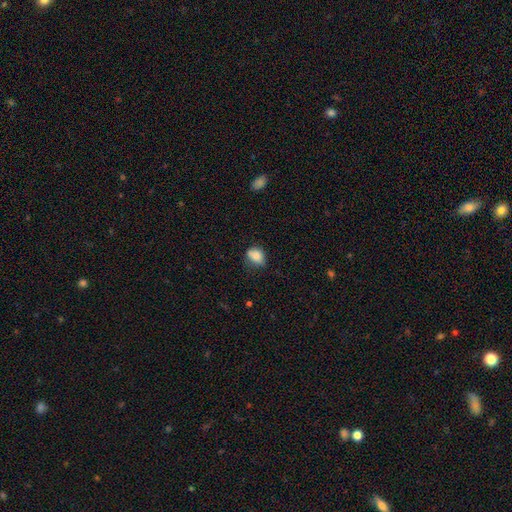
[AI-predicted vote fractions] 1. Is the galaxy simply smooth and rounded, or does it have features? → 82% smooth, 9% star or artifact, 9% featured or disk.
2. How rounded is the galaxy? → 64% in between, 34% round, 2% cigar-shaped.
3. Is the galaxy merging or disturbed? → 57% none, 32% minor disturbance, 7% major disturbance, 5% merger.